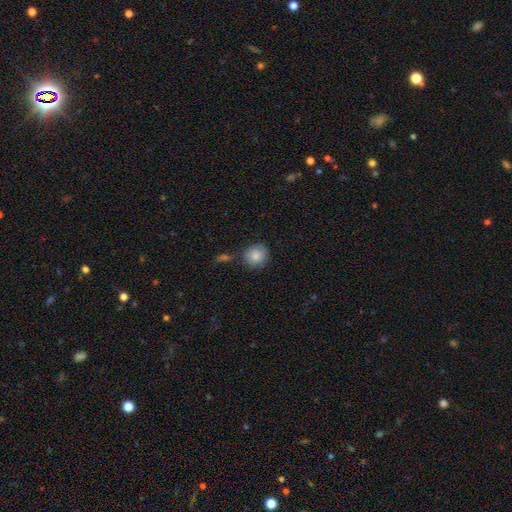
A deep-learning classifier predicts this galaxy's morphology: Q: Smooth or featured?
A: smooth (85%); runner-up: star or artifact (8%)
Q: How rounded?
A: round (90%); runner-up: in between (9%)
Q: Merging?
A: none (78%); runner-up: minor disturbance (13%)